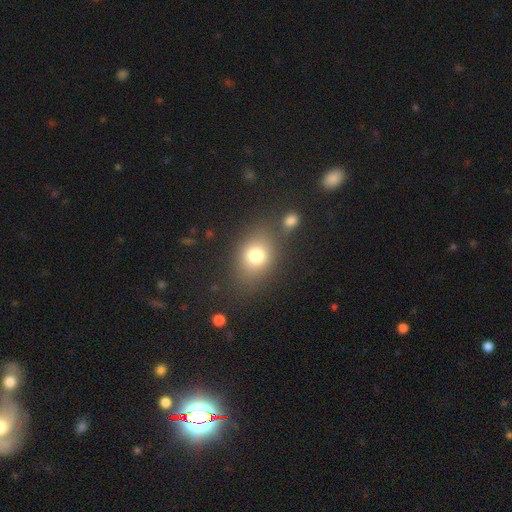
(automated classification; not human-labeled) Smooth or featured?
  - smooth: 76% *
  - star or artifact: 12%
  - featured or disk: 12%
How rounded?
  - in between: 58% *
  - round: 40%
  - cigar-shaped: 2%
Merging?
  - none: 65% *
  - minor disturbance: 14%
  - merger: 14%
  - major disturbance: 7%